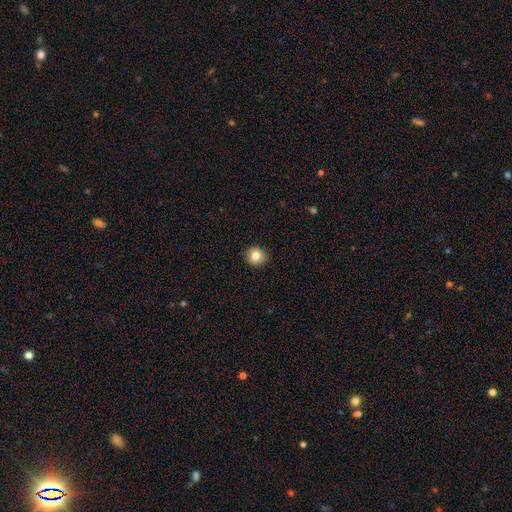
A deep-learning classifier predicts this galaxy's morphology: Smooth or featured? smooth (84%)
How rounded? round (84%)
Merging? none (90%)